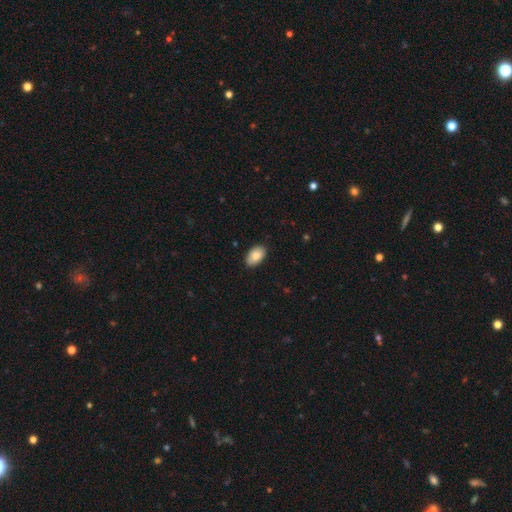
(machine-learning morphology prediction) type=smooth (85%); roundness=in between (93%); merging=none (87%).